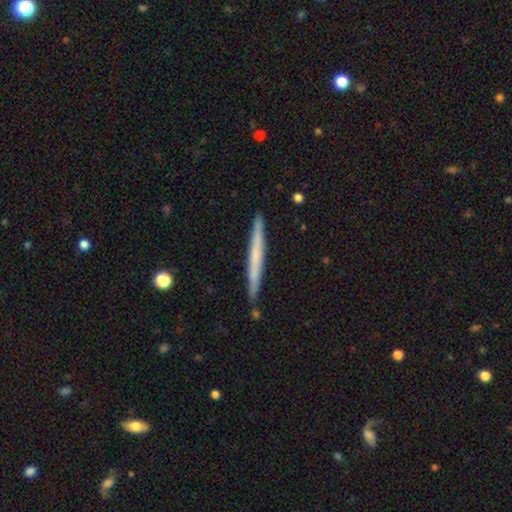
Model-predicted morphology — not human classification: Smooth or featured? Predicted: smooth (p=0.53). How rounded? Predicted: cigar-shaped (p=0.97). Merging? Predicted: none (p=0.90).